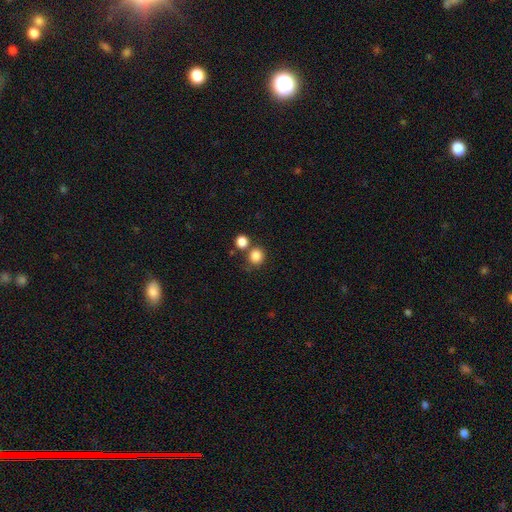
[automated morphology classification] Overall: smooth (84%). How rounded: round (89%). Merging: none (65%).